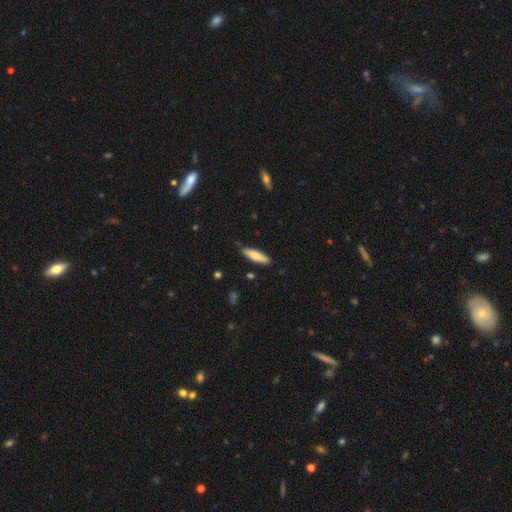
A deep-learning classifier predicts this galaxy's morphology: smooth-or-featured: smooth: 77% | featured or disk: 17% | star or artifact: 5%
  how-rounded: cigar-shaped: 67% | in between: 31% | round: 1%
  merging: none: 81% | minor disturbance: 15% | major disturbance: 2% | merger: 2%